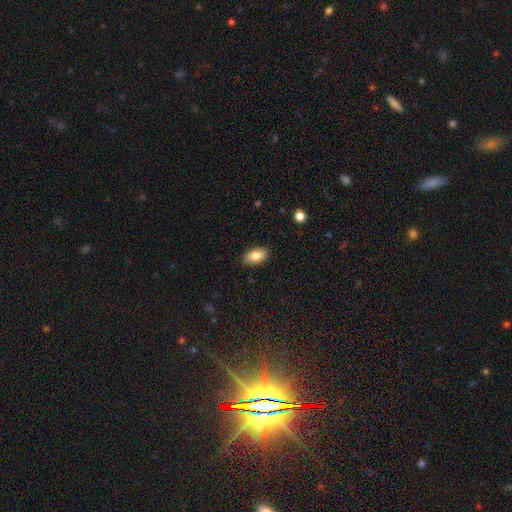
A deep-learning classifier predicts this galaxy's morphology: smooth 85%, featured or disk 8%, star or artifact 7%. Down the decision tree: how rounded — in between (93%); merging — none (86%).